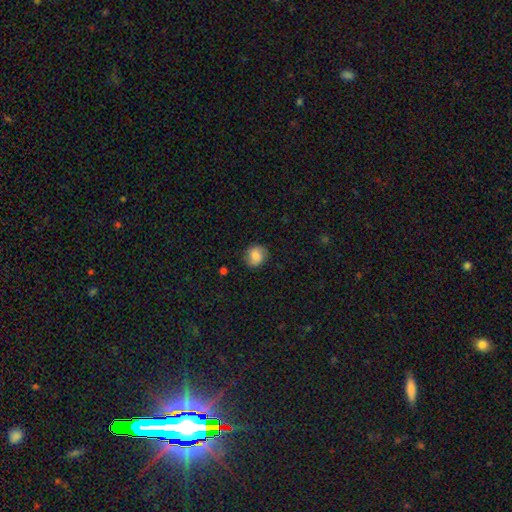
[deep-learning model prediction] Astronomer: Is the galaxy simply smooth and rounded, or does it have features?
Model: smooth — 75%.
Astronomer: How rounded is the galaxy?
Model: round — 79%.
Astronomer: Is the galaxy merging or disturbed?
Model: none — 82%.